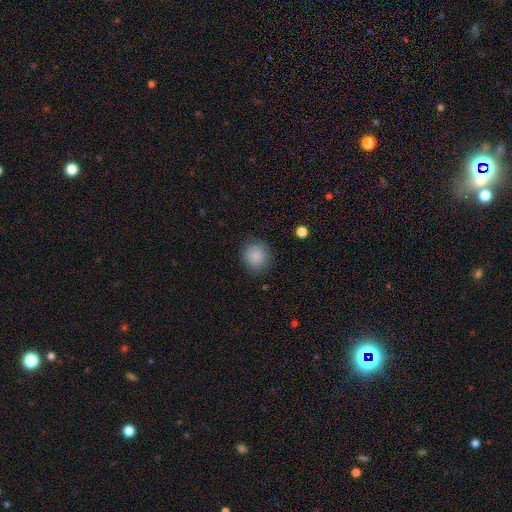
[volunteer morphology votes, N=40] A smooth galaxy with no disk features (85%) that is round (74%). Merging: none (97%).